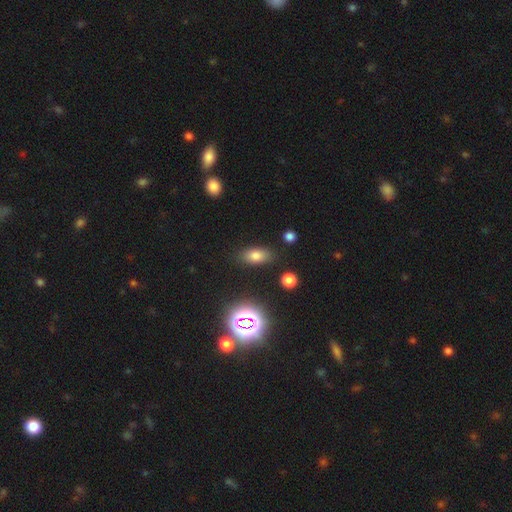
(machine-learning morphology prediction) A smooth galaxy with no disk features (72%) that is in between round and cigar-shaped (83%). Merging: none (83%).